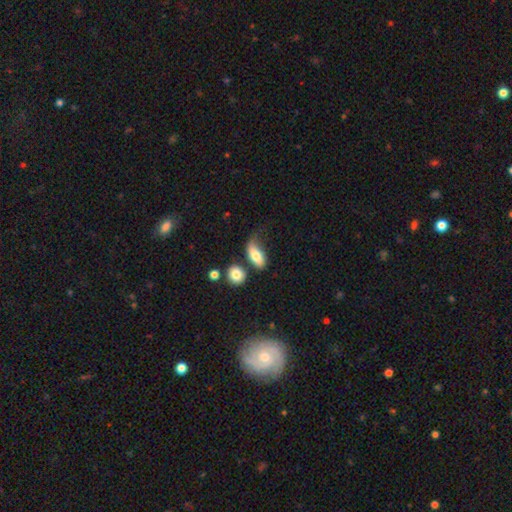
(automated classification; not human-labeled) smooth-or-featured: smooth: 75% | featured or disk: 17% | star or artifact: 8%
  how-rounded: in between: 85% | round: 8% | cigar-shaped: 7%
  merging: none: 34% | minor disturbance: 27% | major disturbance: 24% | merger: 15%